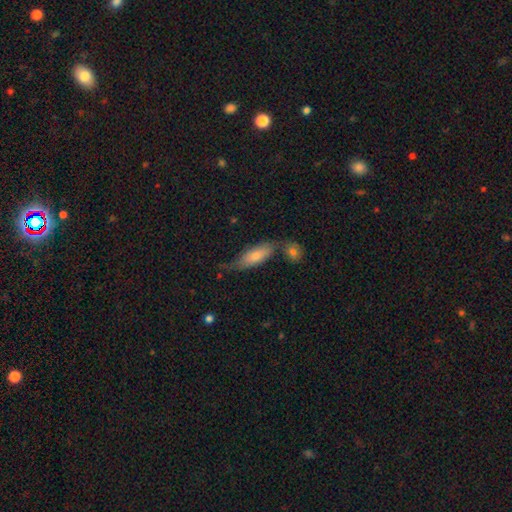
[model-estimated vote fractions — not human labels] Morphology: type=smooth (62%); roundness=in between (53%); merging=none (54%).